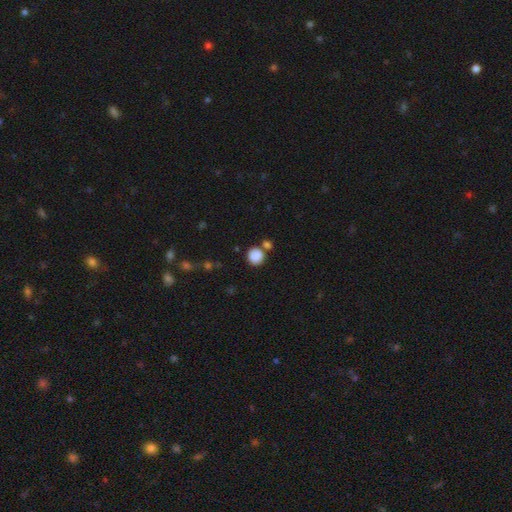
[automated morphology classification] Q: Smooth or featured?
A: smooth (87%); runner-up: star or artifact (9%)
Q: How rounded?
A: round (88%); runner-up: in between (11%)
Q: Merging?
A: none (70%); runner-up: merger (18%)